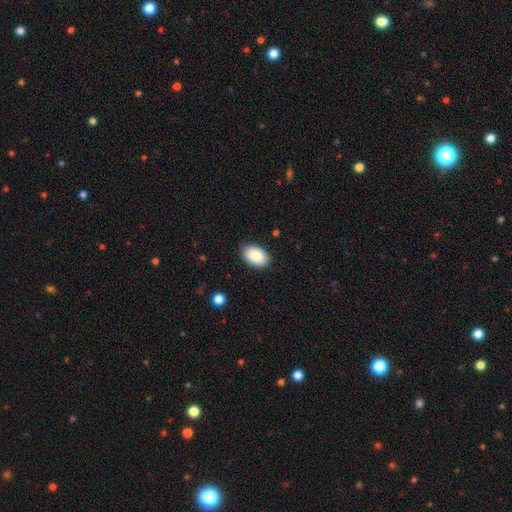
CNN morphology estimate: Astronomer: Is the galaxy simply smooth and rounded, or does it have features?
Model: smooth — 88%.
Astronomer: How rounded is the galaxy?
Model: in between — 91%.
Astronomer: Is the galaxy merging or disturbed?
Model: none — 87%.